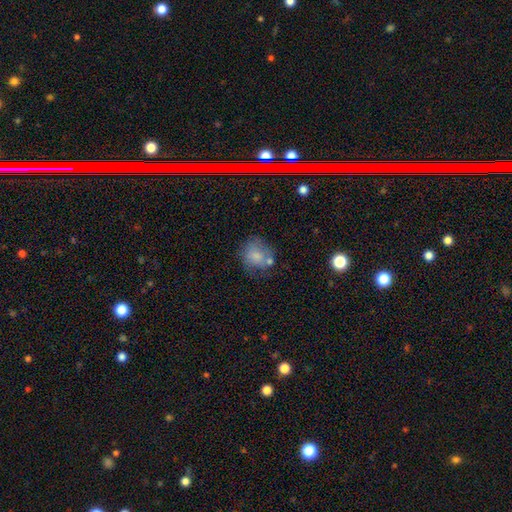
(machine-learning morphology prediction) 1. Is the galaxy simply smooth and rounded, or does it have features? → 73% smooth, 18% featured or disk, 9% star or artifact.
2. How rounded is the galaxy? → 65% round, 34% in between, 1% cigar-shaped.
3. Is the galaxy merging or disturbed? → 48% none, 25% minor disturbance, 16% merger, 12% major disturbance.